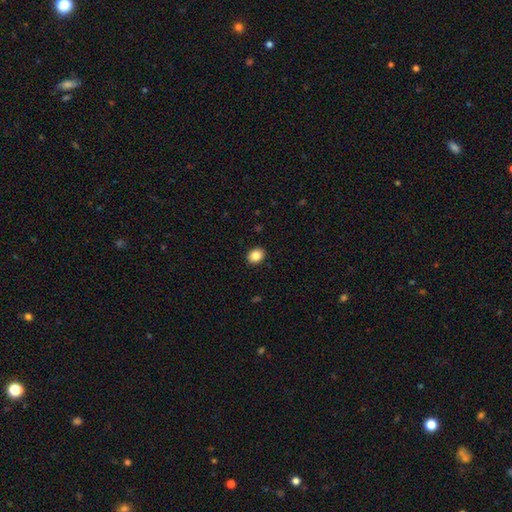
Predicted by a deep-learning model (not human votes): This appears to be a smooth galaxy with no disk features (86%) that is round (54%). Merging: none (91%).